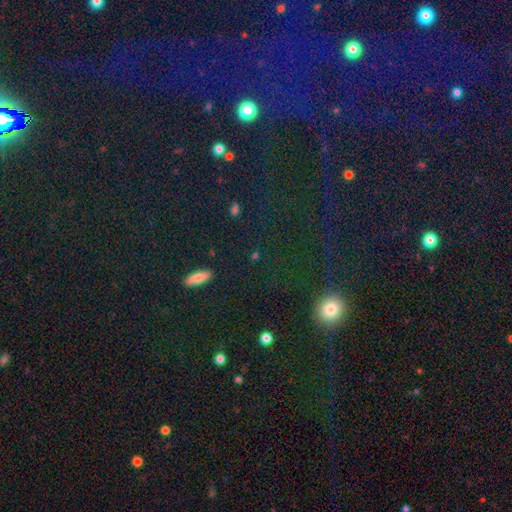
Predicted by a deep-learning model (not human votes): Smooth or featured? Predicted: smooth (p=0.50). How rounded? Predicted: round (p=0.47). Merging? Predicted: none (p=0.86).